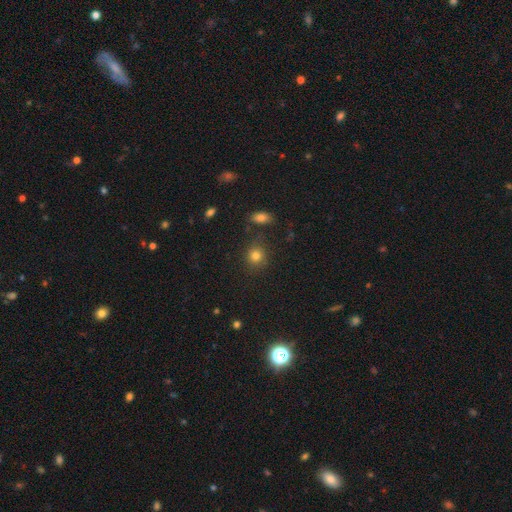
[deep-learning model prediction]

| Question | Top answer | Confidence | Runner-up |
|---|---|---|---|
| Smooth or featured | smooth | 80% | star or artifact (13%) |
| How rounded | round | 82% | in between (17%) |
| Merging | none | 79% | minor disturbance (12%) |